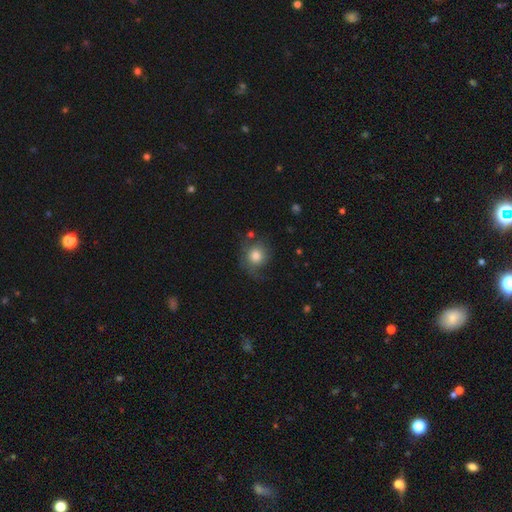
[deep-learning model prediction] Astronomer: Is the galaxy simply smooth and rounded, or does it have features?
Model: smooth — 74%.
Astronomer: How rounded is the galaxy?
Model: round — 82%.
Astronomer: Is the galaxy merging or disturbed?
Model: none — 54%.